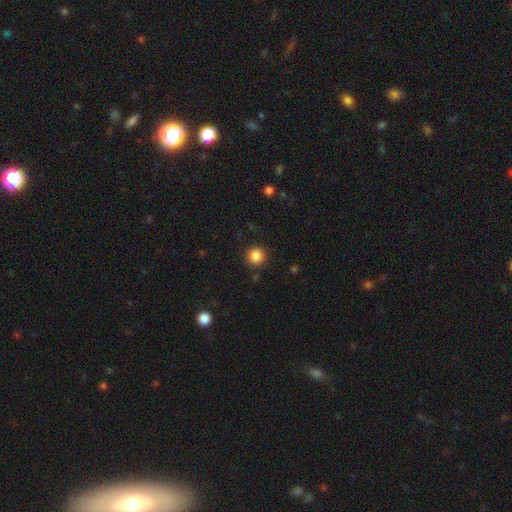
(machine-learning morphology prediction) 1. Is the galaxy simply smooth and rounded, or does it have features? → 86% smooth, 11% star or artifact, 3% featured or disk.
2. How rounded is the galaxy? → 94% round, 5% in between, 1% cigar-shaped.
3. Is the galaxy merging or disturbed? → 91% none, 6% minor disturbance, 2% major disturbance, 1% merger.